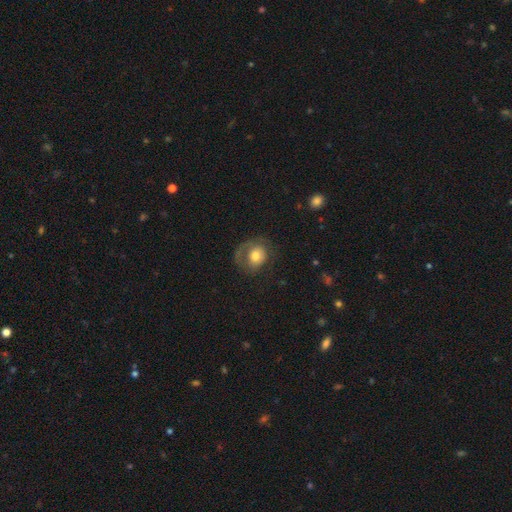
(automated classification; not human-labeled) Overall: smooth (59%; featured or disk 32%). How rounded: round (68%; in between 31%). Merging: none (48%; major disturbance 28%).